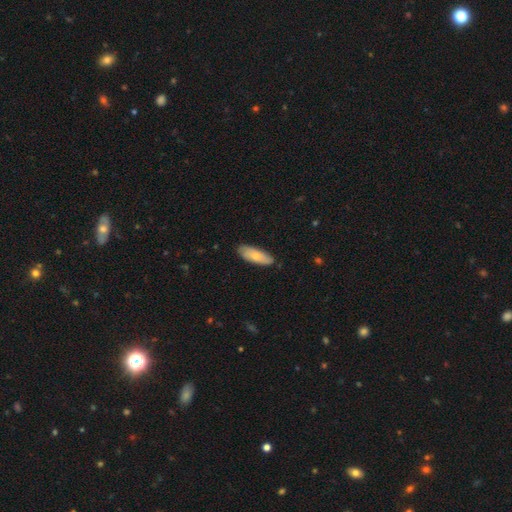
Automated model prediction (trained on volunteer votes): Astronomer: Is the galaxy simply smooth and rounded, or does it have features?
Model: smooth — 76%.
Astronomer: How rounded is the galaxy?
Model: in between — 67%.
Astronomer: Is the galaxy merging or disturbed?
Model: none — 82%.